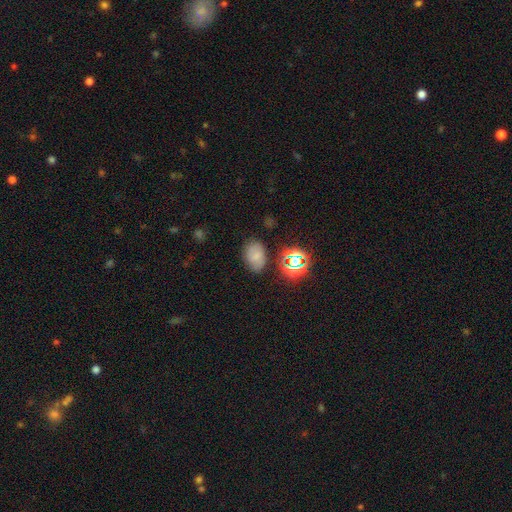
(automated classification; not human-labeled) Smooth or featured?
  - smooth: 66% *
  - star or artifact: 20%
  - featured or disk: 14%
How rounded?
  - in between: 82% *
  - round: 16%
  - cigar-shaped: 1%
Merging?
  - none: 74% *
  - minor disturbance: 18%
  - major disturbance: 5%
  - merger: 4%